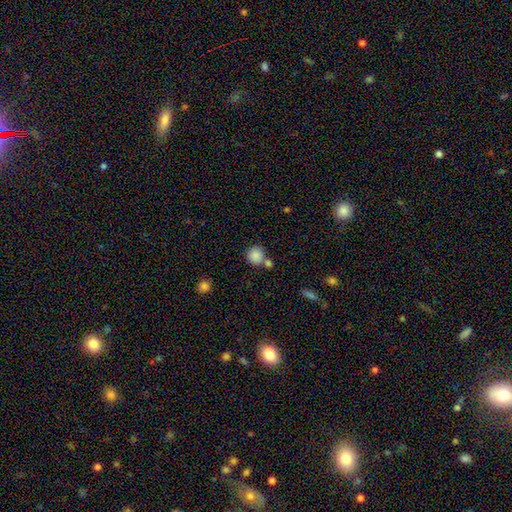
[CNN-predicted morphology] A smooth galaxy with no disk features (86%) that is round (89%).

Vote fractions:
- Smooth or featured? smooth: 86% / star or artifact: 9% / featured or disk: 5%
- How rounded? round: 89% / in between: 10% / cigar-shaped: 1%
- Merging? none: 62% / merger: 25% / minor disturbance: 10% / major disturbance: 3%